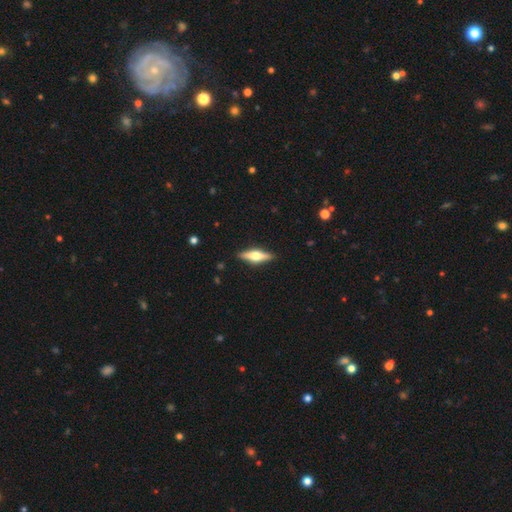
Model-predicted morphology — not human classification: A featured or disk galaxy (62%) viewed edge-on (96%) with a rounded central bulge (93%). Merging: none (89%).